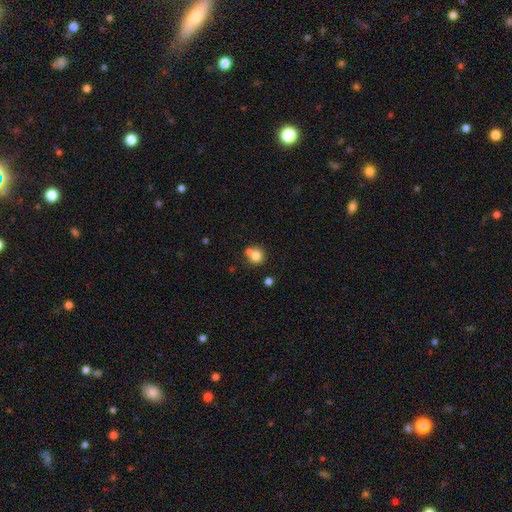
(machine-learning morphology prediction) smooth-or-featured: smooth: 78% | star or artifact: 11% | featured or disk: 11%
  how-rounded: round: 89% | in between: 10% | cigar-shaped: 1%
  merging: none: 55% | merger: 33% | minor disturbance: 9% | major disturbance: 3%